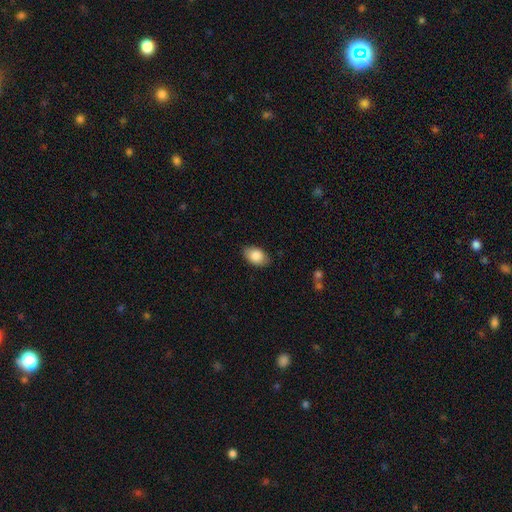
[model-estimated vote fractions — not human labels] Smooth or featured?
  - smooth: 86% *
  - featured or disk: 7%
  - star or artifact: 7%
How rounded?
  - in between: 89% *
  - round: 10%
  - cigar-shaped: 1%
Merging?
  - none: 83% *
  - minor disturbance: 13%
  - major disturbance: 3%
  - merger: 1%